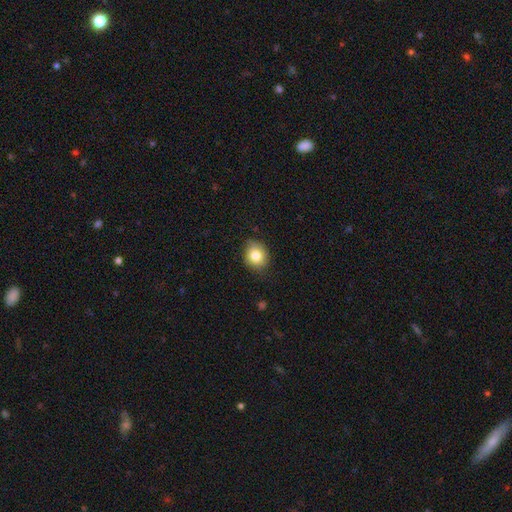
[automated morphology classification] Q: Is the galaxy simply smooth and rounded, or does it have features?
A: smooth — 83%.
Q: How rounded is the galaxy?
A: round — 65%.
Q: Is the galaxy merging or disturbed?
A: none — 78%.